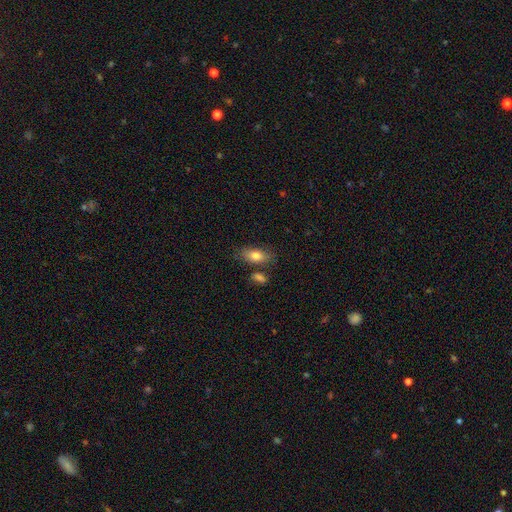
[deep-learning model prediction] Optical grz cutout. It shows a smooth galaxy with no disk features (79%) that is in between round and cigar-shaped (86%). Merging: none (70%).